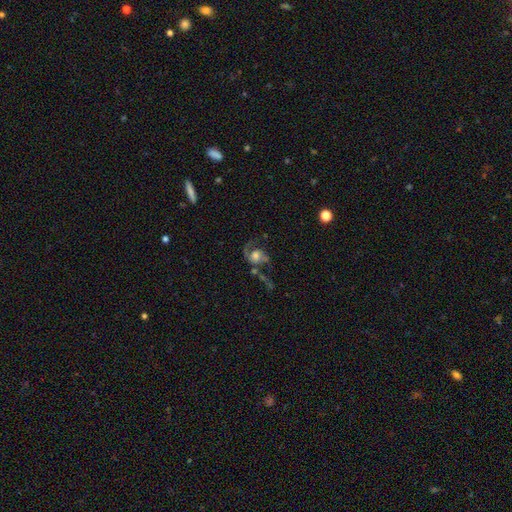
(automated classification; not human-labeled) featured or disk 68%, smooth 23%, star or artifact 9%. Down the decision tree: edge-on disk — no (97%); bar — no (70%); spiral arms — yes (86%); spiral arm count — 2 (56%); spiral winding — loose (43%); bulge size — moderate (42%); merging — major disturbance (35%).